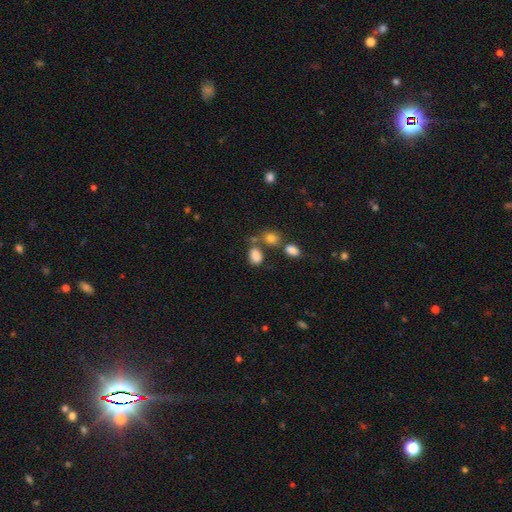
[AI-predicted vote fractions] A smooth galaxy with no disk features (83%) that is in between round and cigar-shaped (75%).

Vote fractions:
- Smooth or featured? smooth: 83% / star or artifact: 11% / featured or disk: 6%
- How rounded? in between: 75% / round: 24% / cigar-shaped: 1%
- Merging? none: 56% / merger: 22% / minor disturbance: 15% / major disturbance: 7%